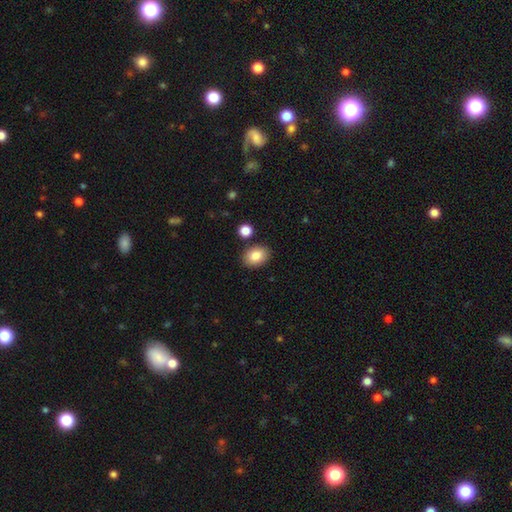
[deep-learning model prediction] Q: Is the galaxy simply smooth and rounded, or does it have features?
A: smooth — 85%.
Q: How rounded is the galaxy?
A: in between — 69%.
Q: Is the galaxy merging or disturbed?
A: none — 84%.